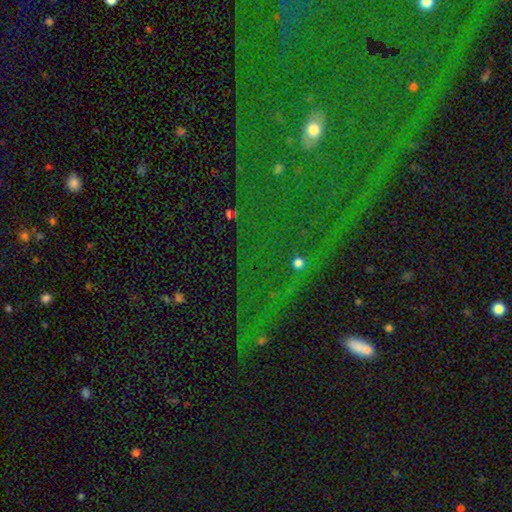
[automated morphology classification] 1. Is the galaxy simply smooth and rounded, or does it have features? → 77% star or artifact, 13% featured or disk, 10% smooth.